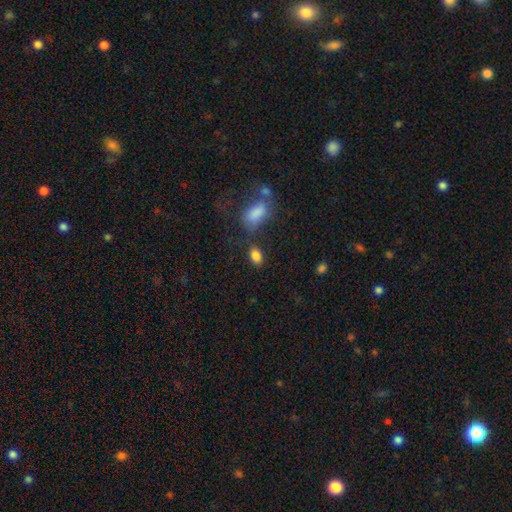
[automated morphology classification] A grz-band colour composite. It shows a smooth galaxy with no disk features (85%) that is in between round and cigar-shaped (87%). Merging: none (72%).